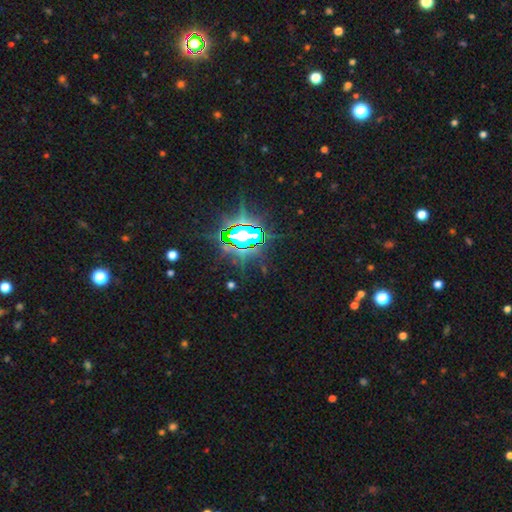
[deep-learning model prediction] Smooth or featured?
  - star or artifact: 84% *
  - smooth: 9%
  - featured or disk: 7%